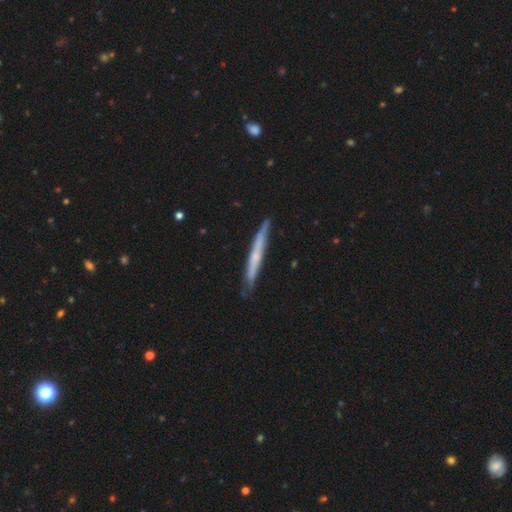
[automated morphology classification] The model was most divided on "smooth or featured": featured or disk: 54%, smooth: 40%, star or artifact: 6%. More confident: edge-on disk — yes (94%); merging — none (82%); edge-on bulge — none (66%).